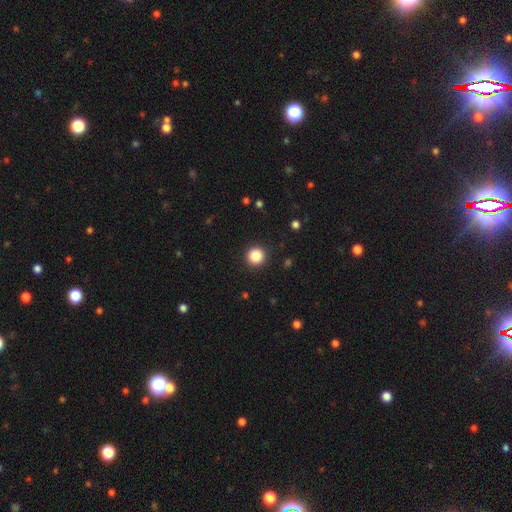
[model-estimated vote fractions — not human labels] smooth-or-featured: smooth: 86% | star or artifact: 10% | featured or disk: 4%
  how-rounded: round: 95% | in between: 4% | cigar-shaped: 1%
  merging: none: 92% | minor disturbance: 5% | major disturbance: 2% | merger: 1%